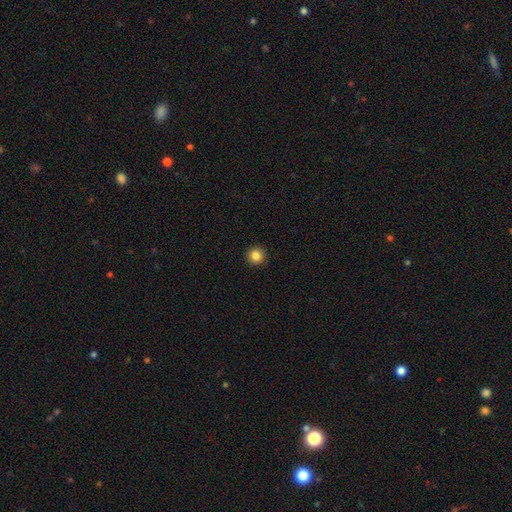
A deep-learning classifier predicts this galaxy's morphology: A smooth galaxy with no disk features (85%) that is round (95%).

Vote fractions:
- Smooth or featured? smooth: 85% / star or artifact: 11% / featured or disk: 4%
- How rounded? round: 95% / in between: 4% / cigar-shaped: 1%
- Merging? none: 94% / minor disturbance: 4% / major disturbance: 1% / merger: 1%